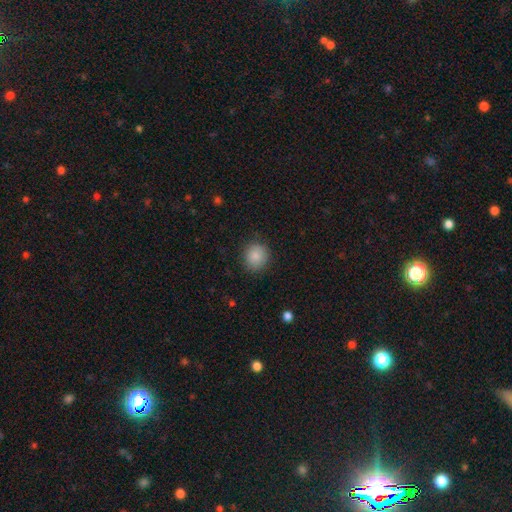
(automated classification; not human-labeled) A smooth galaxy with no disk features (87%) that is round (87%). Merging: none (86%).